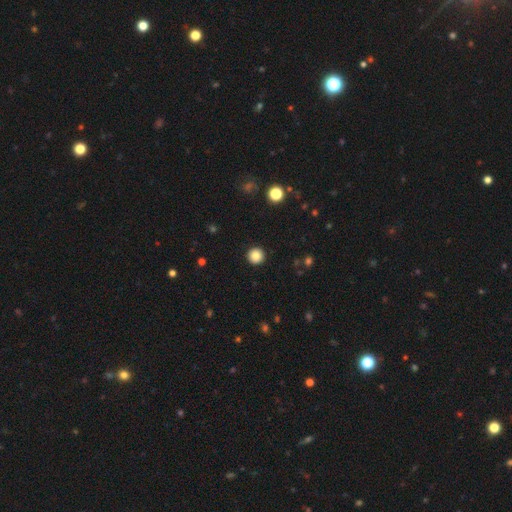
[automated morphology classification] smooth 85%, star or artifact 10%, featured or disk 5%. Down the decision tree: how rounded — round (96%); merging — none (93%).